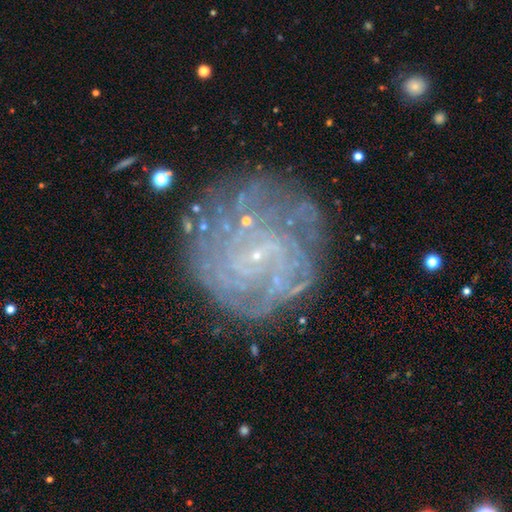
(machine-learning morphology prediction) smooth_or_featured: featured or disk (p=0.78) [alt: smooth p=0.12]
disk_edge_on: no (p=0.97) [alt: yes p=0.03]
bar: no (p=0.58) [alt: weak p=0.32]
has_spiral_arms: yes (p=0.87) [alt: no p=0.13]
spiral_winding: tight (p=0.71) [alt: medium p=0.22]
spiral_arm_count: can't tell (p=0.43) [alt: 4 p=0.15]
bulge_size: small (p=0.84) [alt: none p=0.10]
merging: none (p=0.70) [alt: minor disturbance p=0.17]